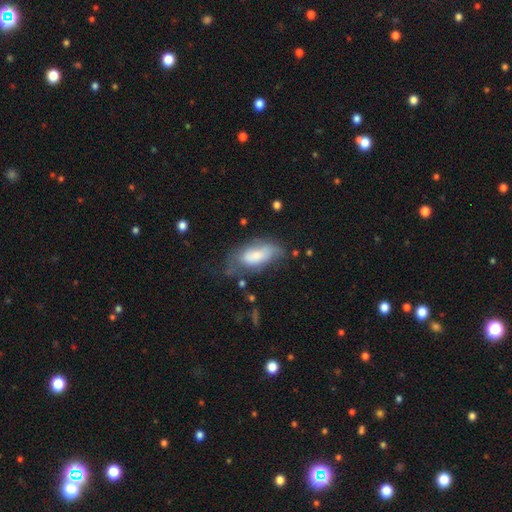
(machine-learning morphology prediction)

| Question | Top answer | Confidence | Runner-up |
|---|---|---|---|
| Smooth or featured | smooth | 63% | featured or disk (30%) |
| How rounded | in between | 89% | cigar-shaped (8%) |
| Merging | none | 37% | minor disturbance (33%) |